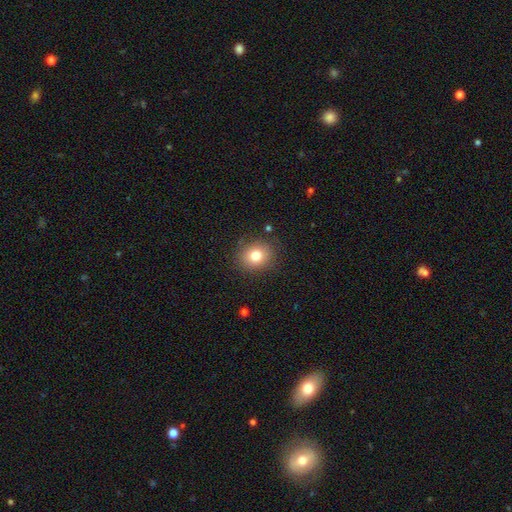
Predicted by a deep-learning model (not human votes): Smooth or featured?
  - smooth: 80% *
  - star or artifact: 11%
  - featured or disk: 9%
How rounded?
  - round: 71% *
  - in between: 28%
  - cigar-shaped: 1%
Merging?
  - none: 86% *
  - minor disturbance: 9%
  - major disturbance: 3%
  - merger: 1%